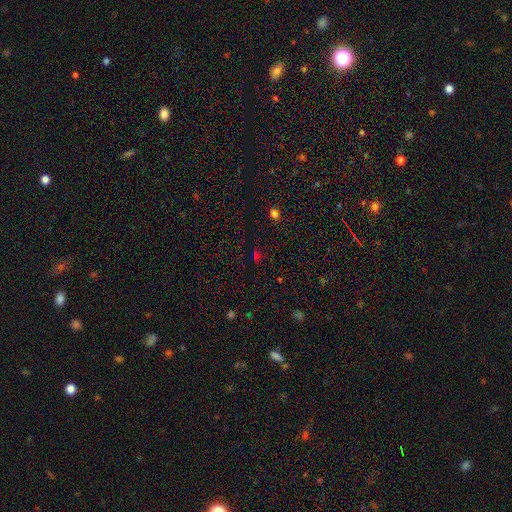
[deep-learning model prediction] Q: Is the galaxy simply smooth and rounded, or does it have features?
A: star or artifact — 54%.